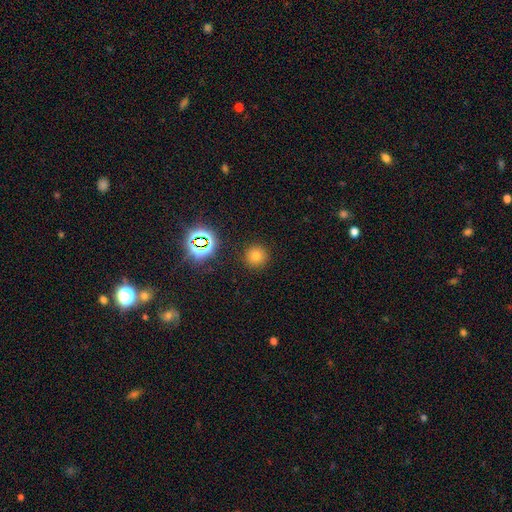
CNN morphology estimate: type=smooth (70%); roundness=round (95%); merging=none (90%).